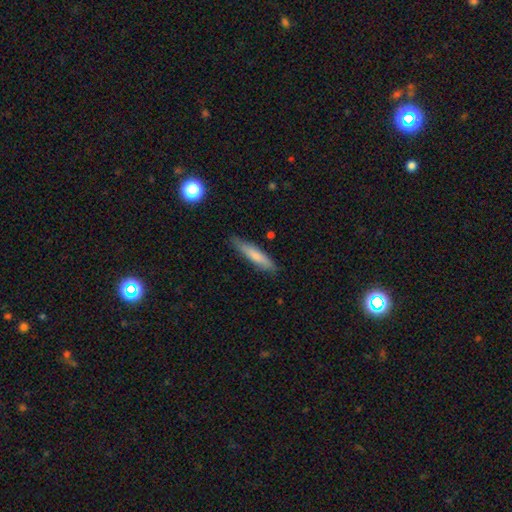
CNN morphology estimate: smooth_or_featured: smooth (p=0.73) [alt: featured or disk p=0.21]
how_rounded: cigar-shaped (p=0.87) [alt: in between p=0.12]
merging: none (p=0.81) [alt: minor disturbance p=0.15]